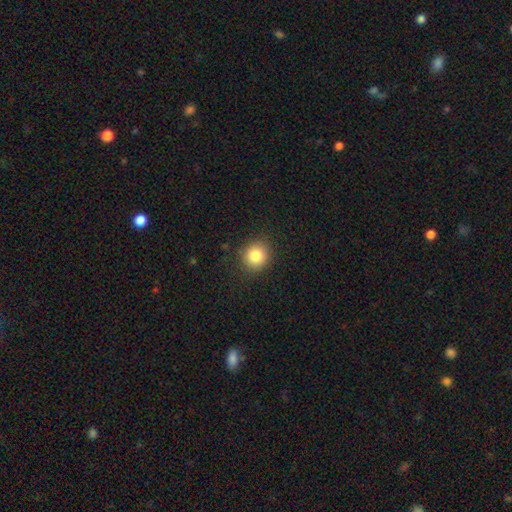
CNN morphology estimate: Overall: smooth (83%). How rounded: round (88%). Merging: none (88%).